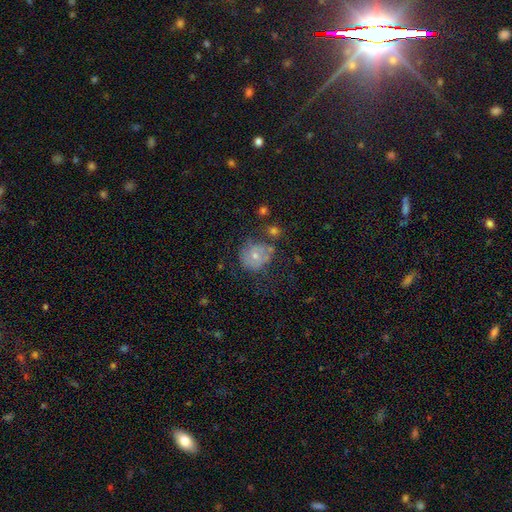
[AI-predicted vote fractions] Q: Smooth or featured?
A: smooth (53%); runner-up: featured or disk (35%)
Q: How rounded?
A: round (76%); runner-up: in between (23%)
Q: Merging?
A: none (52%); runner-up: minor disturbance (26%)